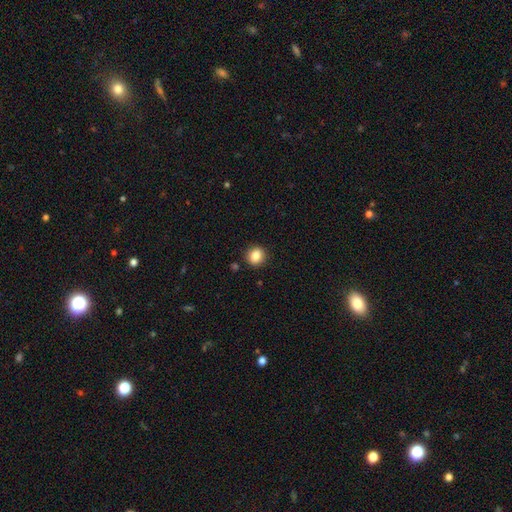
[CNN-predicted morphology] smooth 86%, star or artifact 10%, featured or disk 5%. Down the decision tree: how rounded — round (87%); merging — none (90%).